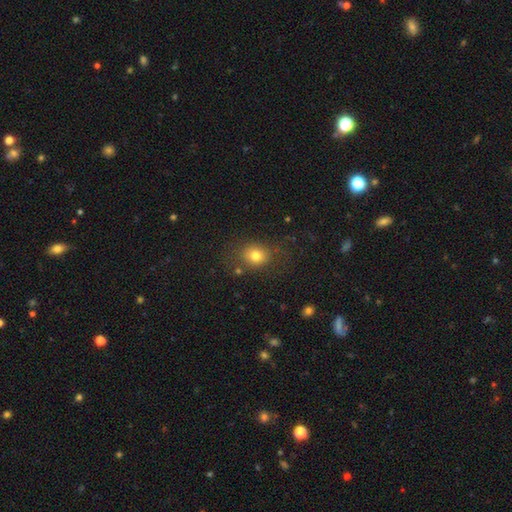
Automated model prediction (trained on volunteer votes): A smooth galaxy with no disk features (76%) that is round (59%).

Vote fractions:
- Smooth or featured? smooth: 76% / star or artifact: 14% / featured or disk: 10%
- How rounded? round: 59% / in between: 40% / cigar-shaped: 1%
- Merging? none: 73% / minor disturbance: 15% / major disturbance: 8% / merger: 4%